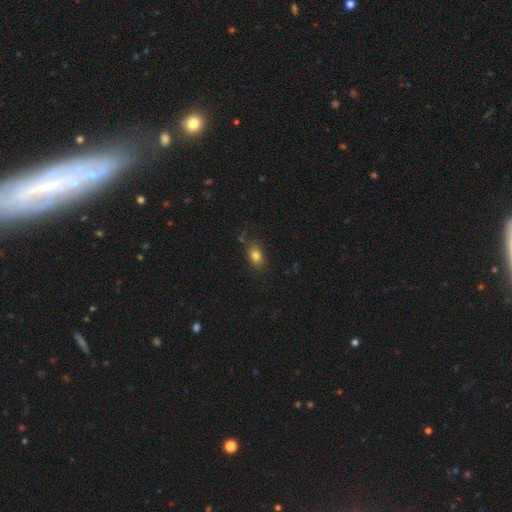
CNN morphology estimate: smooth-or-featured: smooth: 82% | star or artifact: 10% | featured or disk: 9%
  how-rounded: in between: 81% | round: 17% | cigar-shaped: 2%
  merging: none: 75% | minor disturbance: 17% | major disturbance: 5% | merger: 3%